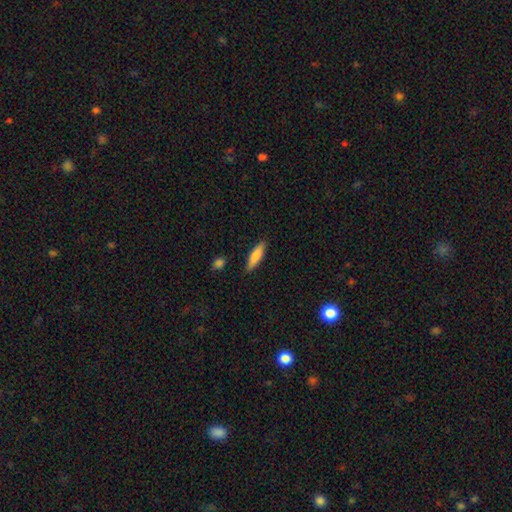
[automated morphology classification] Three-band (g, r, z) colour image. It shows a smooth galaxy with no disk features (81%) that is cigar-shaped (64%). Merging: none (87%).